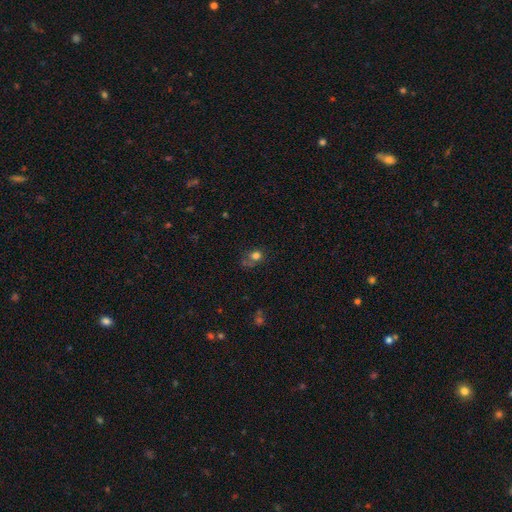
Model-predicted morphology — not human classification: The model was most divided on "merging": none: 47%, minor disturbance: 24%, major disturbance: 18%, merger: 11%. More confident: smooth or featured — smooth (73%); how rounded — round (69%).